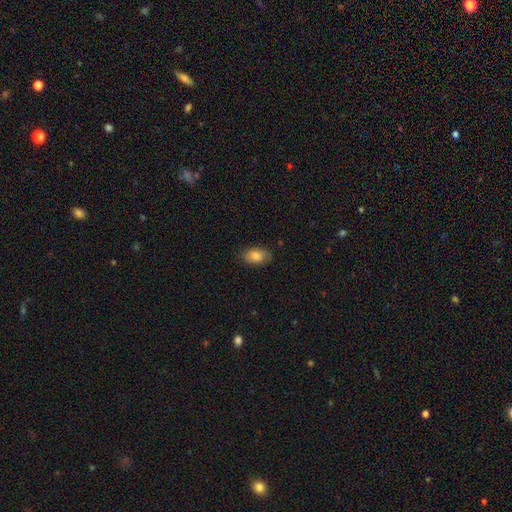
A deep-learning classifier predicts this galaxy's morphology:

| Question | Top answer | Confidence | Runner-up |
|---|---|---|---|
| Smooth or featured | smooth | 82% | featured or disk (10%) |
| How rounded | in between | 90% | round (7%) |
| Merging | none | 80% | minor disturbance (16%) |